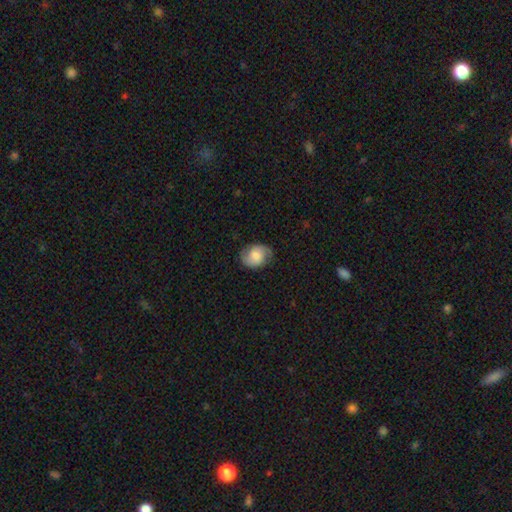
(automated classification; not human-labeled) A smooth galaxy with no disk features (54%) that is in between round and cigar-shaped (55%).

Vote fractions:
- Smooth or featured? smooth: 54% / featured or disk: 38% / star or artifact: 8%
- How rounded? in between: 55% / round: 44% / cigar-shaped: 1%
- Merging? none: 74% / minor disturbance: 19% / major disturbance: 5% / merger: 1%